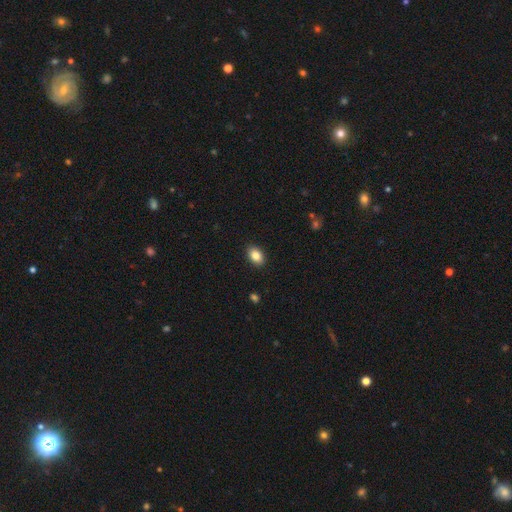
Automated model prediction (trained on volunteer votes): Smooth or featured? Predicted: smooth (p=0.85). How rounded? Predicted: in between (p=0.85). Merging? Predicted: none (p=0.89).